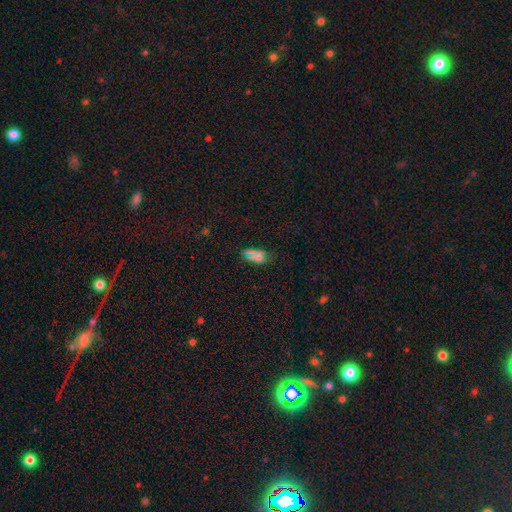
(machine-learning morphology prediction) smooth 55%, star or artifact 33%, featured or disk 12%. Down the decision tree: how rounded — in between (73%); merging — none (66%).